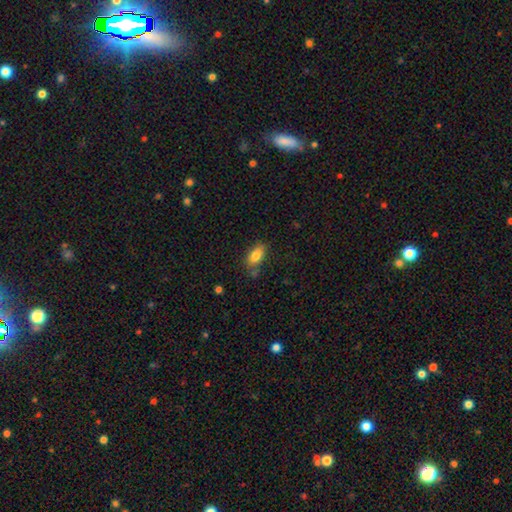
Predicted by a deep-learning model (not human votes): Morphology: type=smooth (83%); roundness=in between (88%); merging=none (71%).